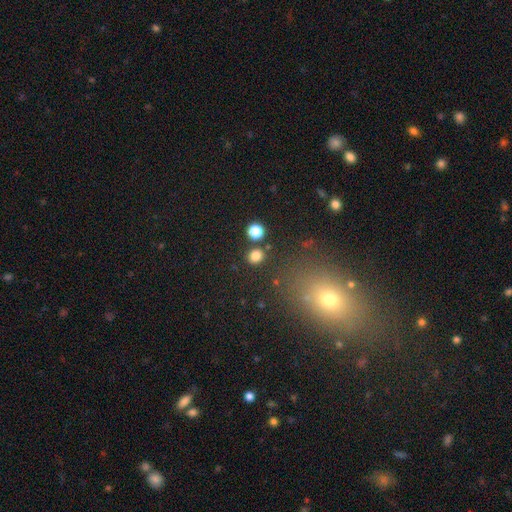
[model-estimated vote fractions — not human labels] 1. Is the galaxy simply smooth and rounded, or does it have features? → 81% smooth, 14% star or artifact, 5% featured or disk.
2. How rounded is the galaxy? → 76% round, 23% in between, 1% cigar-shaped.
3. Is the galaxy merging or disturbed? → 81% none, 9% merger, 8% minor disturbance, 3% major disturbance.